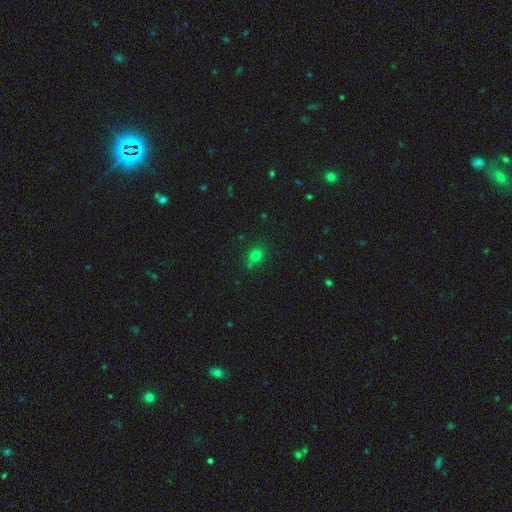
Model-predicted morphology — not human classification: A smooth galaxy with no disk features (73%) that is round (81%).

Vote fractions:
- Smooth or featured? smooth: 73% / star or artifact: 20% / featured or disk: 8%
- How rounded? round: 81% / in between: 18% / cigar-shaped: 1%
- Merging? none: 73% / minor disturbance: 13% / merger: 10% / major disturbance: 4%